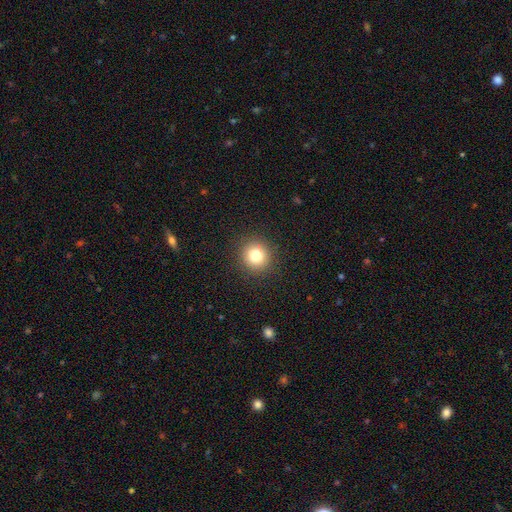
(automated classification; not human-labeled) Overall: smooth (79%). How rounded: round (92%). Merging: none (91%).